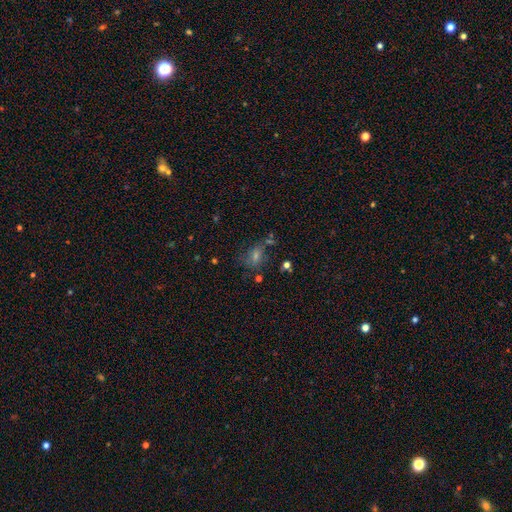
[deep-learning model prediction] smooth_or_featured: star or artifact (p=0.35) [tied with: smooth p=0.35]